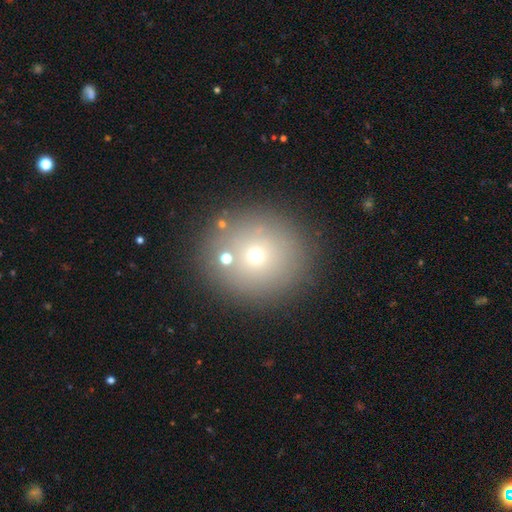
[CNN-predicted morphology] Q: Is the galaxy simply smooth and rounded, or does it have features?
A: smooth — 64%.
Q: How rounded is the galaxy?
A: round — 90%.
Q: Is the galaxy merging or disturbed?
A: none — 81%.